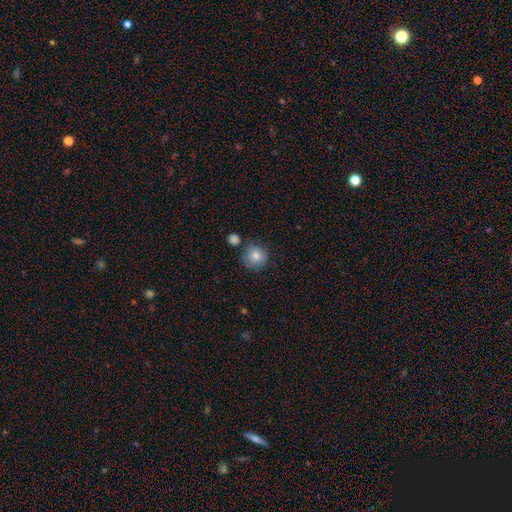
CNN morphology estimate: Smooth or featured?
  - smooth: 80% *
  - featured or disk: 11%
  - star or artifact: 10%
How rounded?
  - round: 91% *
  - in between: 8%
  - cigar-shaped: 1%
Merging?
  - none: 72% *
  - minor disturbance: 15%
  - merger: 9%
  - major disturbance: 4%